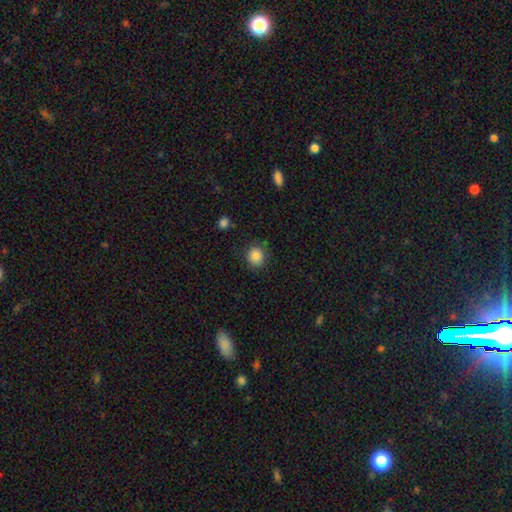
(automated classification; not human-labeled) Q: Smooth or featured?
A: smooth (85%); runner-up: star or artifact (10%)
Q: How rounded?
A: round (84%); runner-up: in between (15%)
Q: Merging?
A: none (86%); runner-up: minor disturbance (10%)